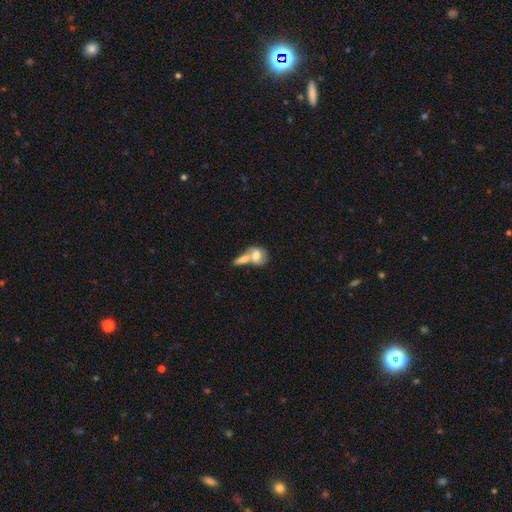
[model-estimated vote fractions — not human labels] smooth_or_featured: smooth (p=0.64) [alt: featured or disk p=0.28]
how_rounded: in between (p=0.58) [alt: round p=0.39]
merging: merger (p=0.70) [alt: none p=0.17]